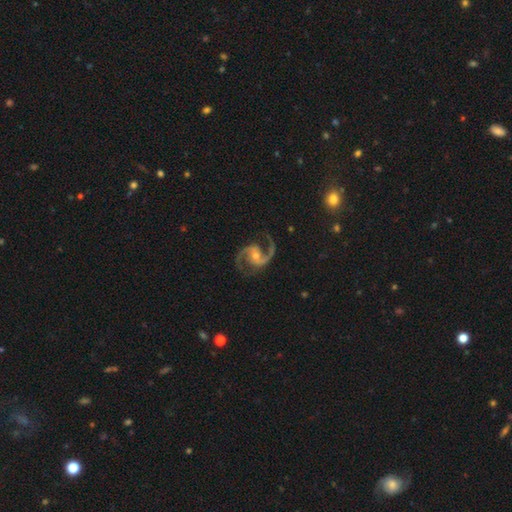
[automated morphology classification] Overall: featured or disk (93%). Edge-on disk: no (98%). Bar: no (50%; weak 36%). Spiral arms: yes (98%). Spiral arm count: 2 (94%). Spiral winding: medium (64%; loose 25%). Bulge size: moderate (51%; small 44%). Merging: none (80%).